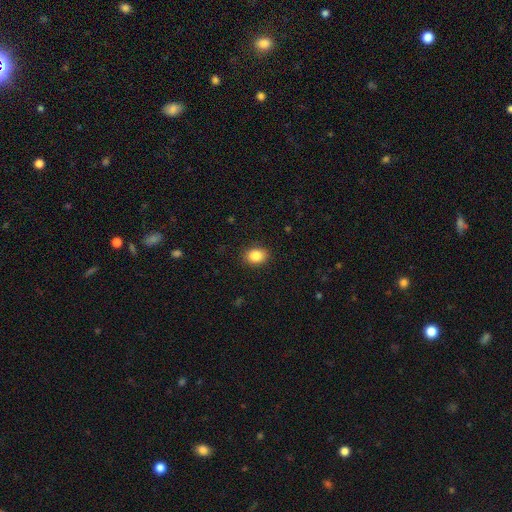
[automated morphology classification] A smooth galaxy with no disk features (86%) that is in between round and cigar-shaped (66%). Merging: none (88%).